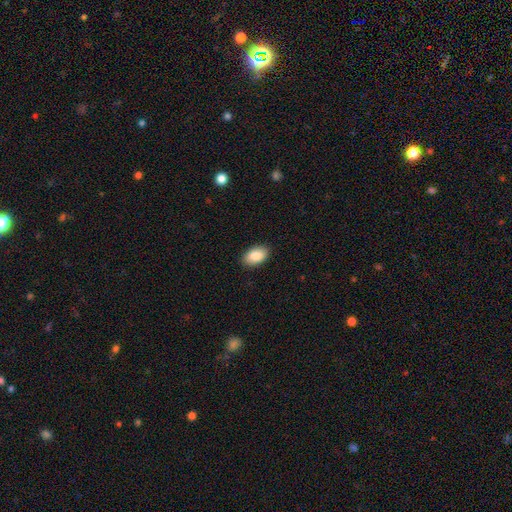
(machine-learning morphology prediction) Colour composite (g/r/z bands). It shows a smooth galaxy with no disk features (88%) that is in between round and cigar-shaped (93%). Merging: none (90%).